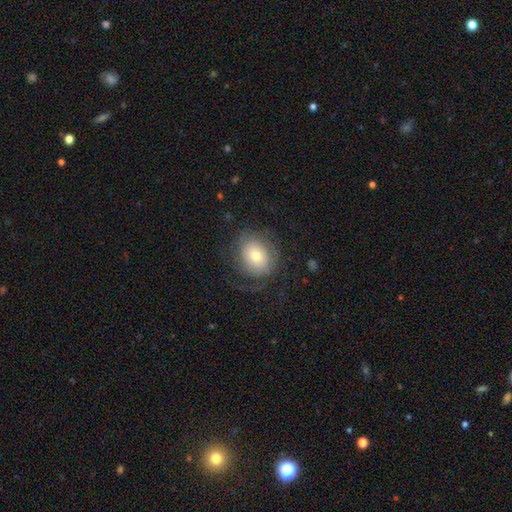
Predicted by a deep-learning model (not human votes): A featured or disk galaxy (47%). Merging: none (69%).